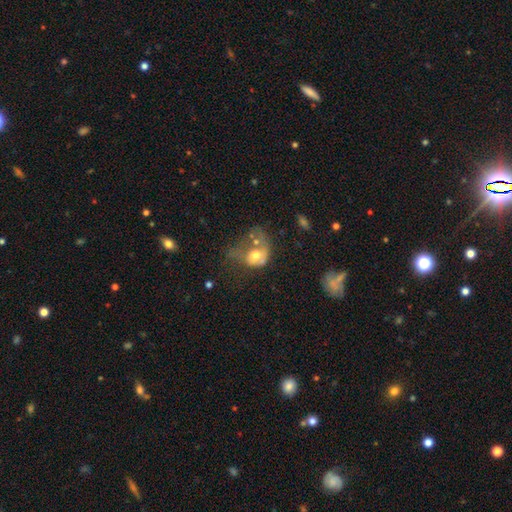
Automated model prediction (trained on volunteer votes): smooth 55%, featured or disk 35%, star or artifact 10%. Down the decision tree: how rounded — in between (53%); merging — major disturbance (50%).